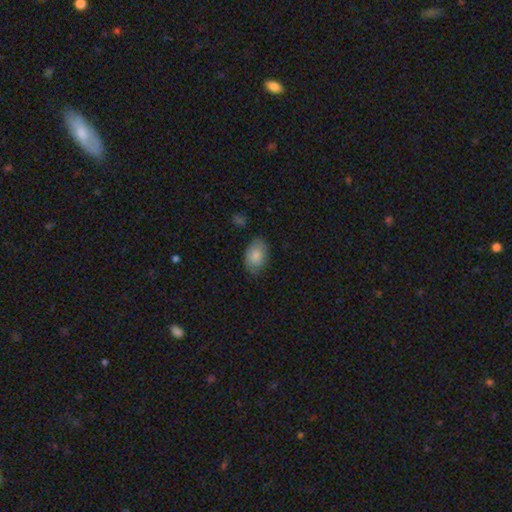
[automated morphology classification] A smooth galaxy with no disk features (82%) that is in between round and cigar-shaped (87%).

Vote fractions:
- Smooth or featured? smooth: 82% / featured or disk: 11% / star or artifact: 6%
- How rounded? in between: 87% / round: 12% / cigar-shaped: 1%
- Merging? none: 71% / minor disturbance: 22% / major disturbance: 5% / merger: 2%